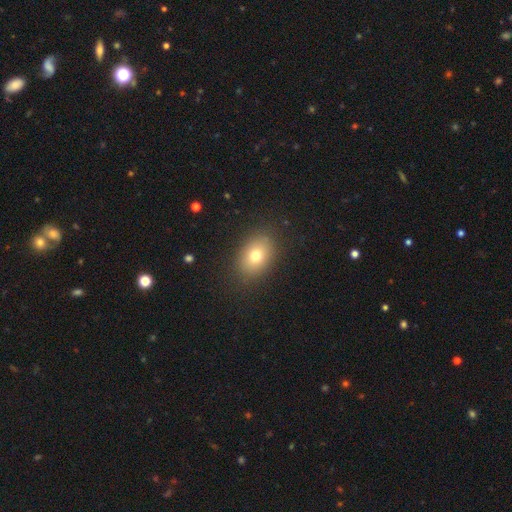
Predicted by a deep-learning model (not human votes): Overall: smooth (75%). How rounded: in between (75%). Merging: none (87%).